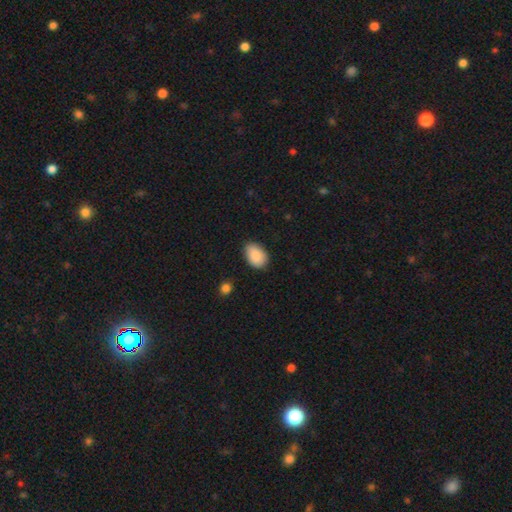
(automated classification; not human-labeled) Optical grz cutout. It shows a smooth galaxy with no disk features (90%) that is in between round and cigar-shaped (86%). Merging: none (81%).